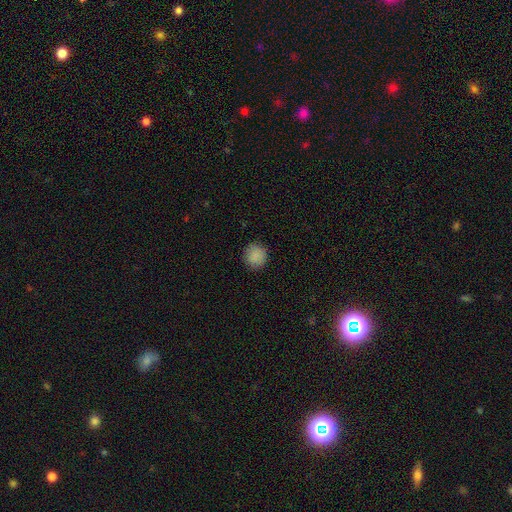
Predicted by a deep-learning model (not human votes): Morphology: type=smooth (88%); roundness=round (90%); merging=none (87%).